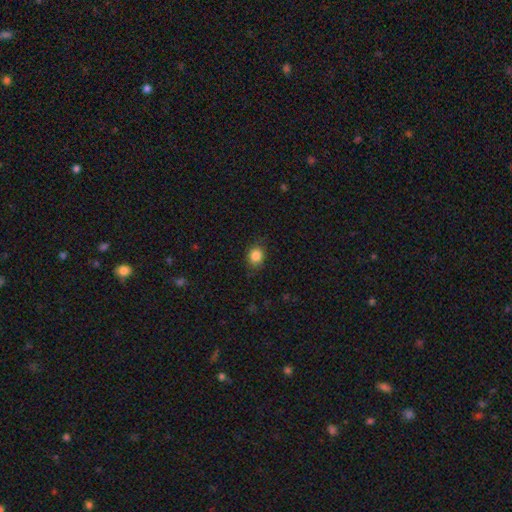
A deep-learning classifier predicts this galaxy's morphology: This is clearly a smooth galaxy (85%). How rounded: likely round (61%). Merging: clearly none (82%).